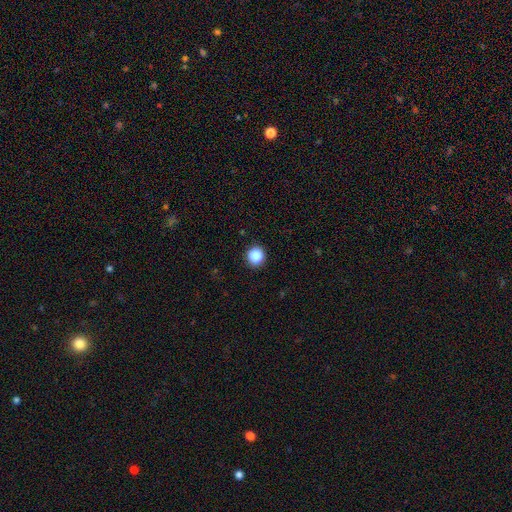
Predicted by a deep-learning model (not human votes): smooth-or-featured: smooth: 88% | star or artifact: 9% | featured or disk: 3%
  how-rounded: round: 95% | in between: 4% | cigar-shaped: 1%
  merging: none: 92% | minor disturbance: 5% | major disturbance: 2% | merger: 1%